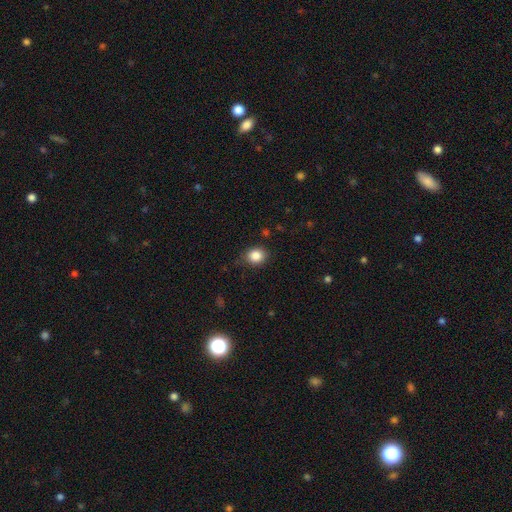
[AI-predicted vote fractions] A smooth galaxy with no disk features (85%) that is round (71%). Merging: none (80%).